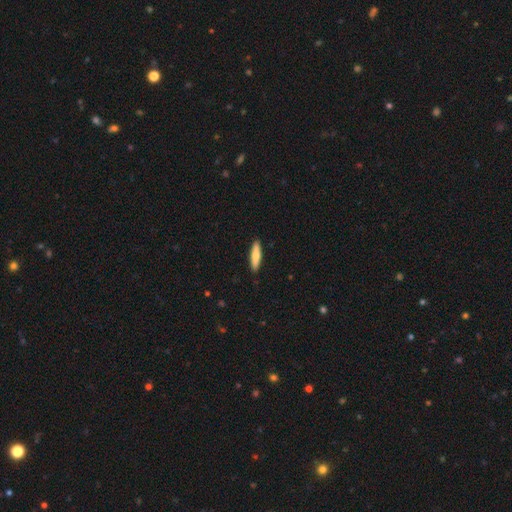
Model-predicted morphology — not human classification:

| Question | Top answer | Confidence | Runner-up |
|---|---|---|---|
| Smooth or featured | smooth | 76% | featured or disk (19%) |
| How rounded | cigar-shaped | 74% | in between (24%) |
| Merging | none | 91% | minor disturbance (7%) |